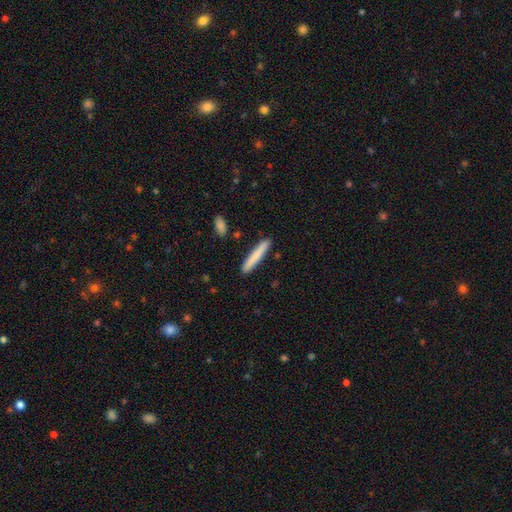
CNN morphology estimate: smooth 79%, featured or disk 16%, star or artifact 5%. Down the decision tree: how rounded — cigar-shaped (95%); merging — none (90%).